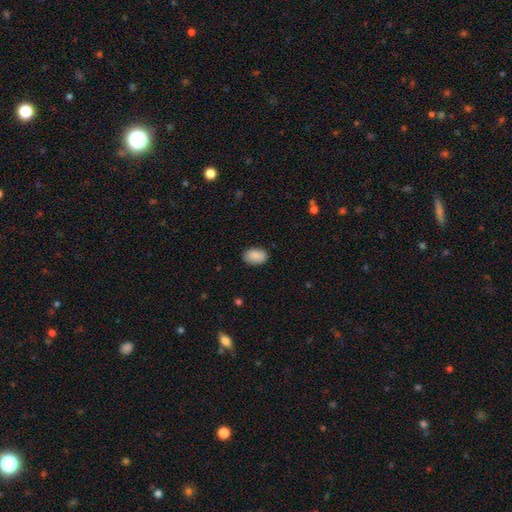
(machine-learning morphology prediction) smooth 89%, star or artifact 7%, featured or disk 4%. Down the decision tree: how rounded — in between (89%); merging — none (86%).